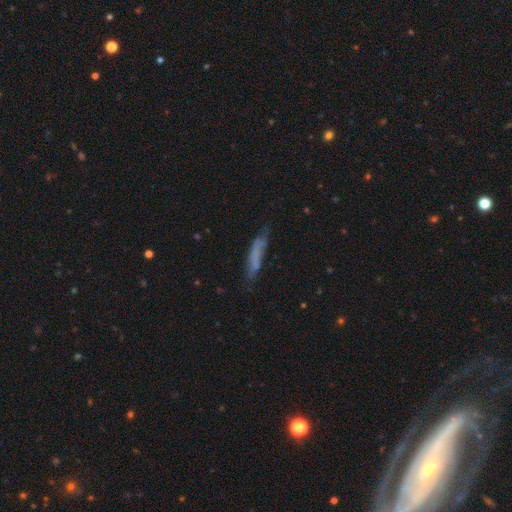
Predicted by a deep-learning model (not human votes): smooth 61%, featured or disk 29%, star or artifact 10%. Down the decision tree: how rounded — cigar-shaped (84%); merging — none (59%).